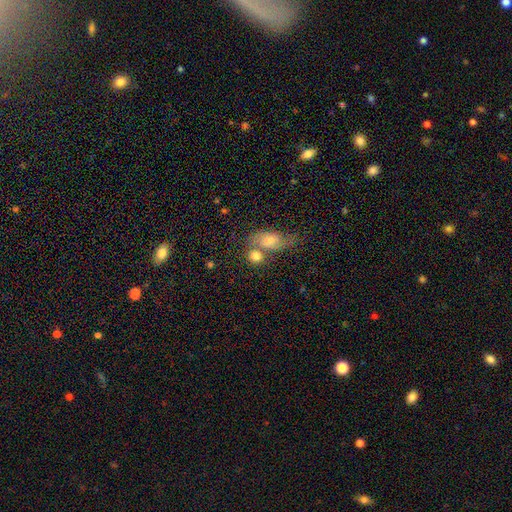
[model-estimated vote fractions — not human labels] Smooth or featured? smooth (72%)
How rounded? round (61%)
Merging? merger (43%)